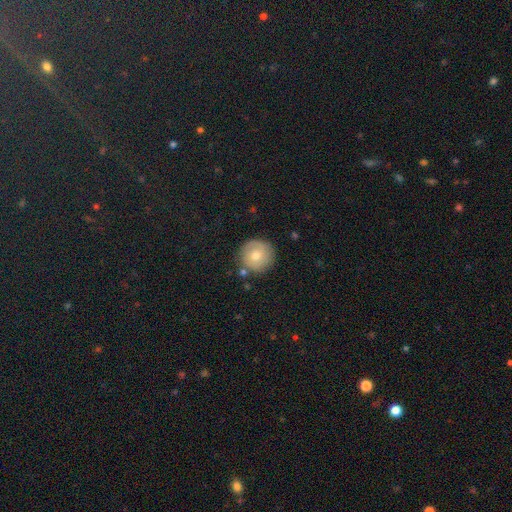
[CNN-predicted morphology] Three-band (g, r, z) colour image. It shows a smooth galaxy with no disk features (62%) that is round (95%). Merging: none (83%).